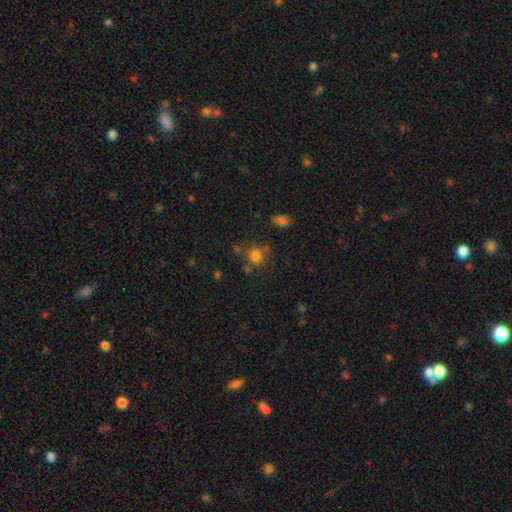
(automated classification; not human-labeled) A smooth galaxy with no disk features (78%) that is round (82%). Merging: none (67%).